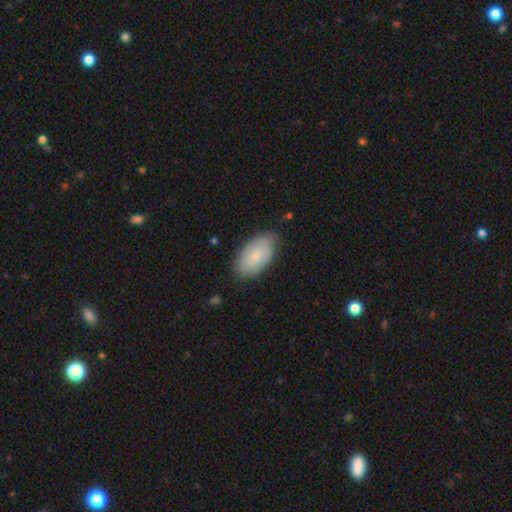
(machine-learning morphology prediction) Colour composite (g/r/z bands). It shows a smooth galaxy with no disk features (75%) that is in between round and cigar-shaped (94%). Merging: none (82%).